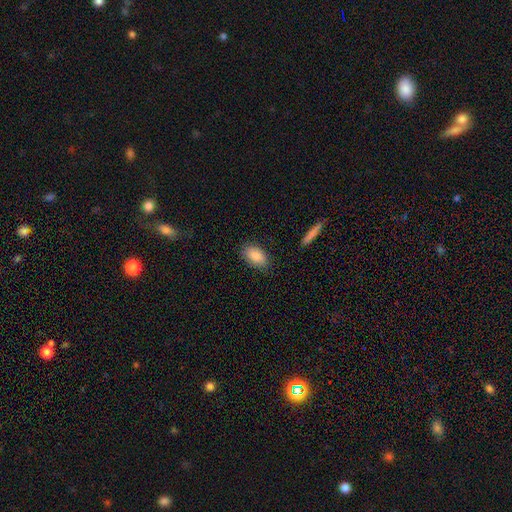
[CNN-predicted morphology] Smooth or featured? Predicted: smooth (p=0.86). How rounded? Predicted: in between (p=0.92). Merging? Predicted: none (p=0.84).